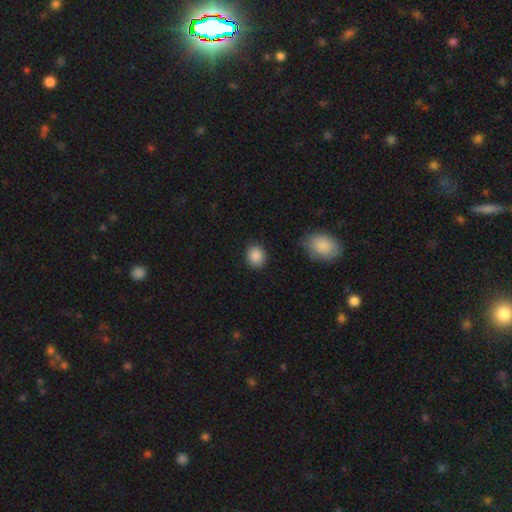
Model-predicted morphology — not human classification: Smooth or featured: smooth — 88% (star or artifact — 8%)
How rounded: round — 65% (in between — 34%)
Merging: none — 87% (minor disturbance — 9%)